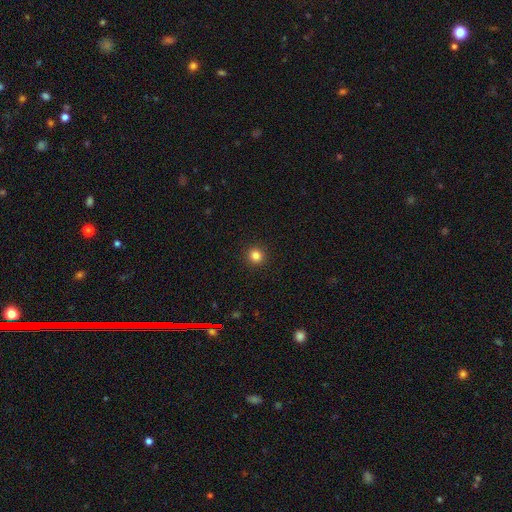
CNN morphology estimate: A smooth galaxy with no disk features (83%) that is round (91%). Merging: none (93%).